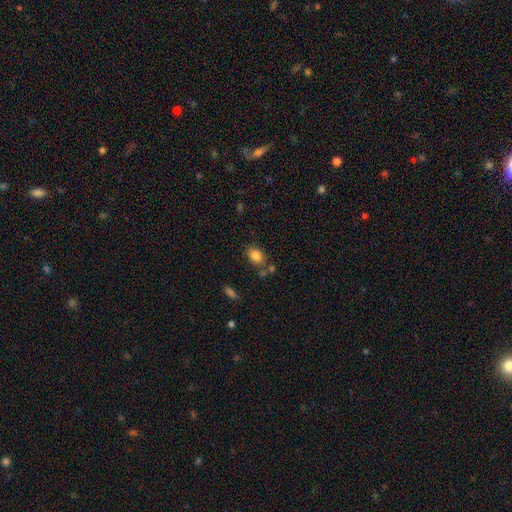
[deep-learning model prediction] Smooth or featured?
  - smooth: 84% *
  - star or artifact: 9%
  - featured or disk: 7%
How rounded?
  - in between: 73% *
  - round: 26%
  - cigar-shaped: 1%
Merging?
  - none: 70% *
  - minor disturbance: 14%
  - merger: 12%
  - major disturbance: 4%